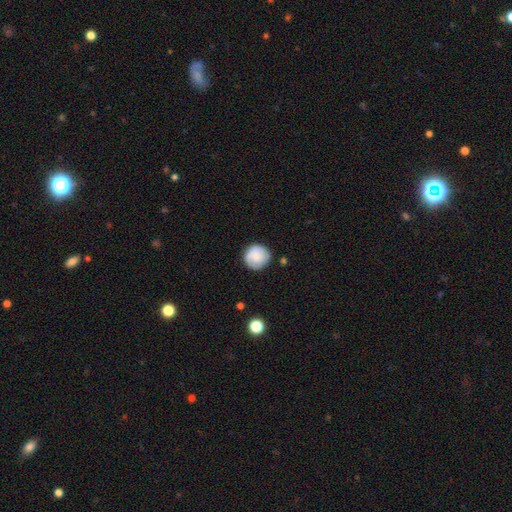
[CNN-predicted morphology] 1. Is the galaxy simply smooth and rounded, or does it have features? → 78% smooth, 15% featured or disk, 7% star or artifact.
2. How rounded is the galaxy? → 94% round, 6% in between, 1% cigar-shaped.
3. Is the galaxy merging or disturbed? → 82% none, 13% minor disturbance, 3% major disturbance, 2% merger.